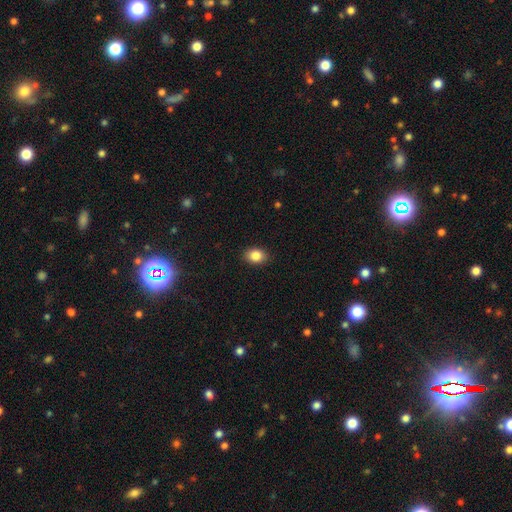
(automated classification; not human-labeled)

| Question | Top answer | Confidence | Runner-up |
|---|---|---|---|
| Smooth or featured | smooth | 86% | star or artifact (9%) |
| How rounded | in between | 67% | round (32%) |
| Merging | none | 89% | minor disturbance (8%) |